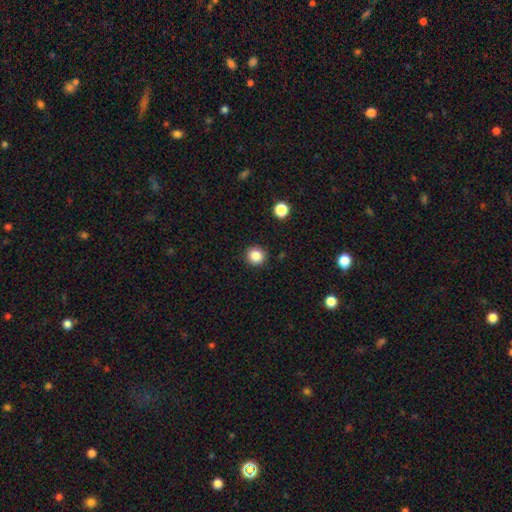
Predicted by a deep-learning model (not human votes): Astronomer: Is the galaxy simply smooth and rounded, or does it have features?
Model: smooth — 85%.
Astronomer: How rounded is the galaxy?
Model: round — 93%.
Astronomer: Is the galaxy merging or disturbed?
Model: none — 91%.